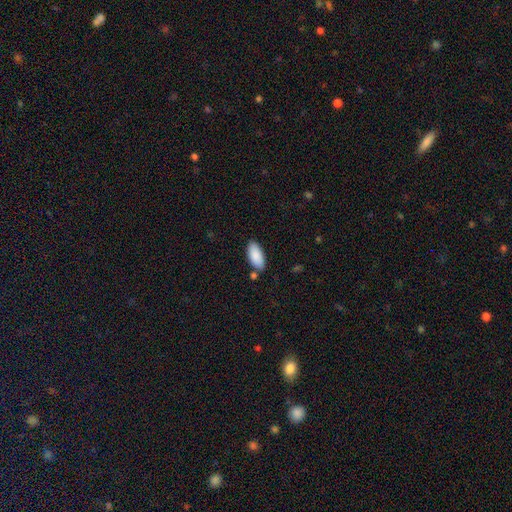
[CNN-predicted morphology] Smooth or featured? Predicted: smooth (p=0.89). How rounded? Predicted: in between (p=0.91). Merging? Predicted: none (p=0.80).